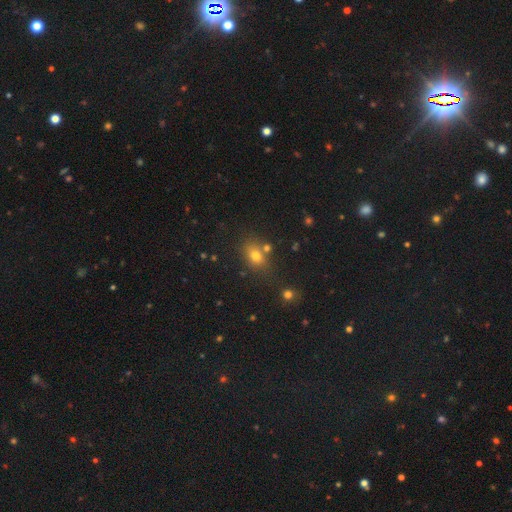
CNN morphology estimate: type=smooth (73%); roundness=in between (66%); merging=none (67%).